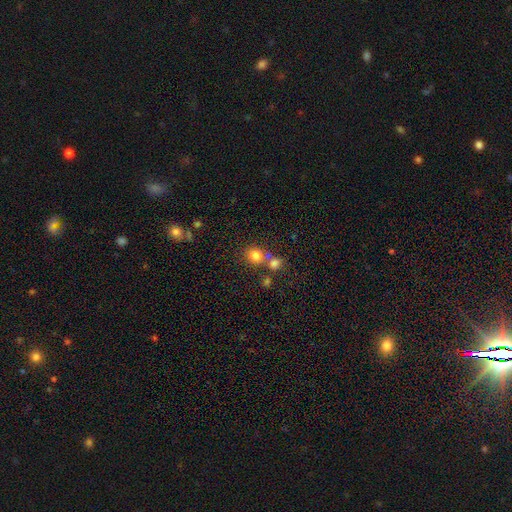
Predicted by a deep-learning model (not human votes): Smooth or featured?
  - smooth: 79% *
  - star or artifact: 13%
  - featured or disk: 8%
How rounded?
  - round: 81% *
  - in between: 18%
  - cigar-shaped: 1%
Merging?
  - none: 53% *
  - merger: 35%
  - minor disturbance: 9%
  - major disturbance: 4%